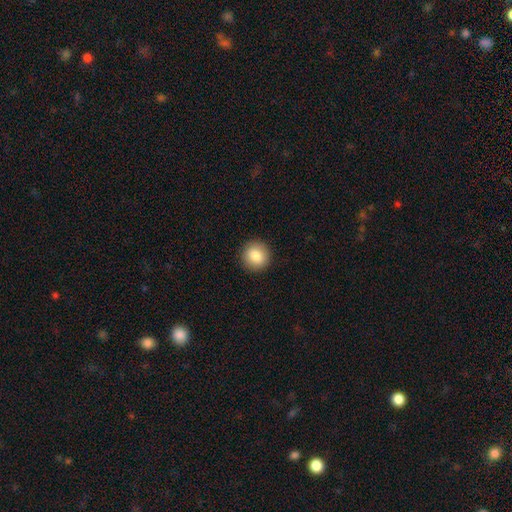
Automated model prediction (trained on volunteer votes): Morphology: type=smooth (85%); roundness=round (93%); merging=none (92%).